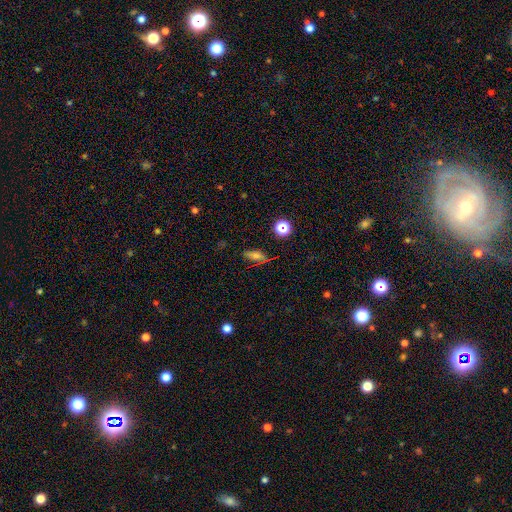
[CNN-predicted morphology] type=smooth (57%); roundness=in between (65%); merging=none (73%).